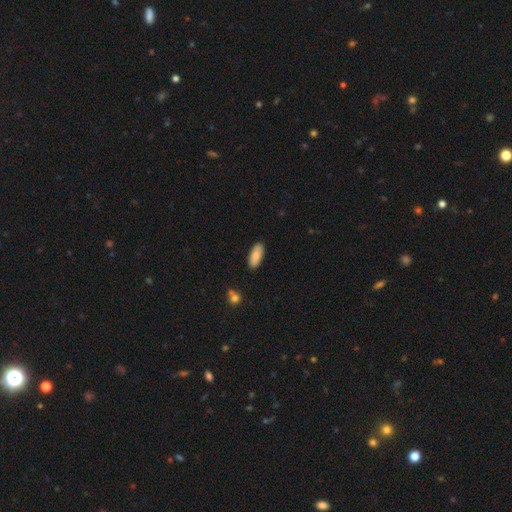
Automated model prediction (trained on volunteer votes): This appears to be a smooth galaxy with no disk features (85%) that is in between round and cigar-shaped (83%). Merging: none (87%).